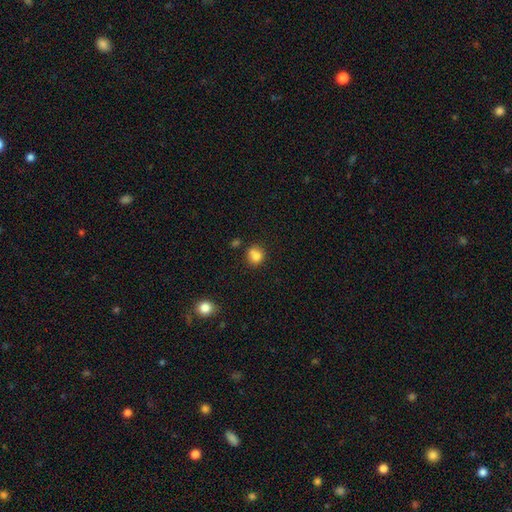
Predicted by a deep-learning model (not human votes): smooth_or_featured: smooth (p=0.79) [alt: star or artifact p=0.11]
how_rounded: round (p=0.77) [alt: in between p=0.22]
merging: none (p=0.59) [alt: minor disturbance p=0.19]